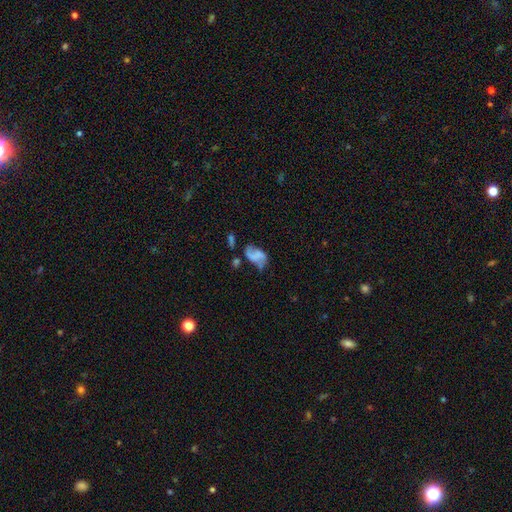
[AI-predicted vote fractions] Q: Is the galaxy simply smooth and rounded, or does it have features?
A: featured or disk — 56%.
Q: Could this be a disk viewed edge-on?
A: no — 97%.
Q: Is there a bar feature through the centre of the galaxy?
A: no — 58%.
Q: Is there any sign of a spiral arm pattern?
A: yes — 75%.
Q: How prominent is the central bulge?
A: none — 69%.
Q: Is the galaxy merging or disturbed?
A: none — 38%.